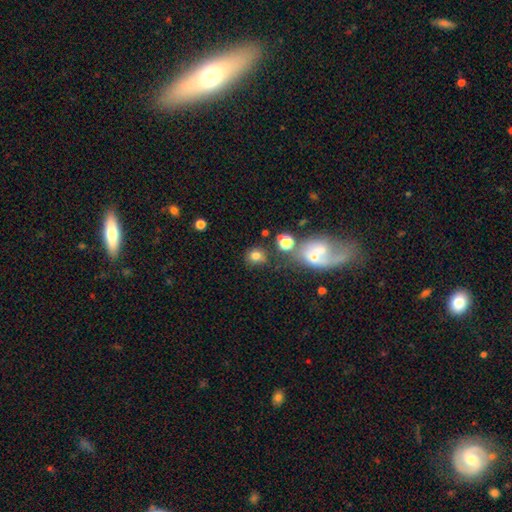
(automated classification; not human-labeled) Smooth or featured?
  - smooth: 75% *
  - star or artifact: 16%
  - featured or disk: 9%
How rounded?
  - round: 77% *
  - in between: 22%
  - cigar-shaped: 1%
Merging?
  - none: 70% *
  - minor disturbance: 13%
  - merger: 11%
  - major disturbance: 6%